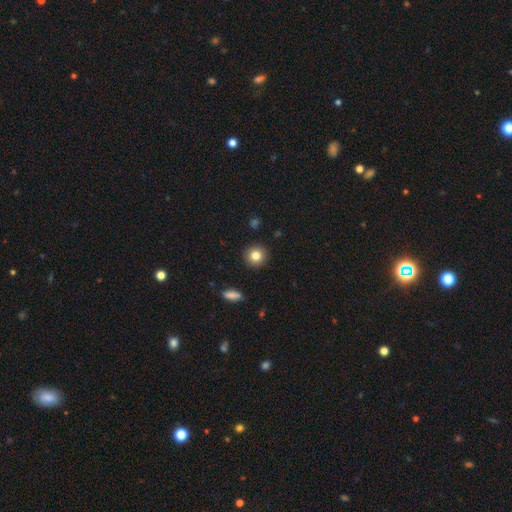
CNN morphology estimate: Smooth or featured? Predicted: smooth (p=0.82). How rounded? Predicted: round (p=0.93). Merging? Predicted: none (p=0.92).